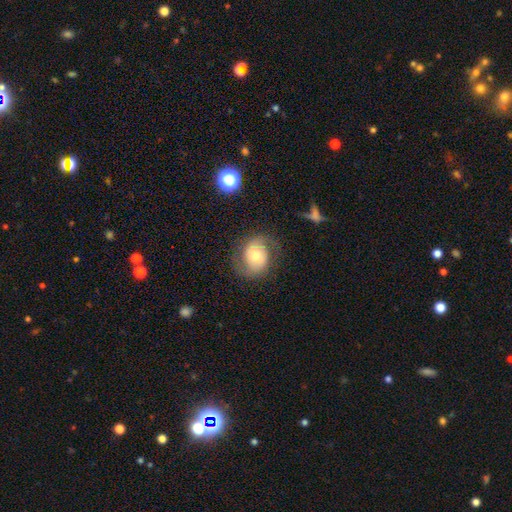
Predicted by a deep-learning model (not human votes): Smooth or featured: featured or disk — 62% (smooth — 30%)
Edge-on disk: no — 97% (yes — 3%)
Bar: no — 57% (weak — 33%)
Spiral arms: yes — 87% (no — 13%)
Spiral winding: medium — 45% (loose — 28%)
Spiral arm count: 2 — 82% (can't tell — 8%)
Bulge size: moderate — 59% (small — 27%)
Merging: none — 68% (minor disturbance — 18%)